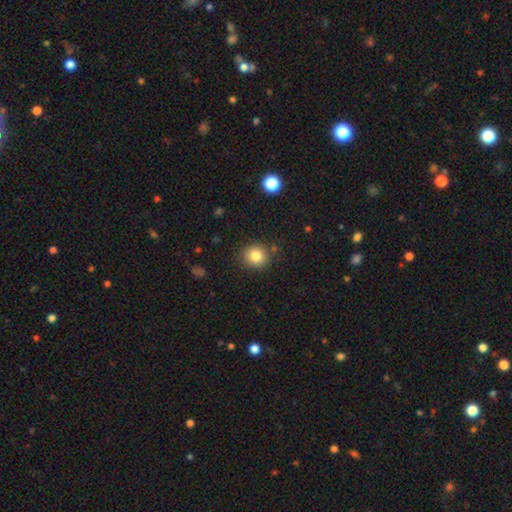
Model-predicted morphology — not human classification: smooth_or_featured: smooth (p=0.82) [alt: star or artifact p=0.11]
how_rounded: round (p=0.85) [alt: in between p=0.14]
merging: none (p=0.86) [alt: minor disturbance p=0.09]